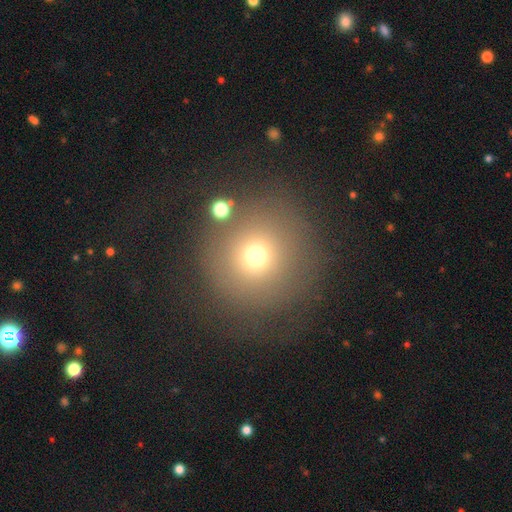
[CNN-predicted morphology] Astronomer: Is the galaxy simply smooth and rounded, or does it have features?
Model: smooth — 69%.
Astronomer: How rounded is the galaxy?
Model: round — 94%.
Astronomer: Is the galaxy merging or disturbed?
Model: none — 75%.